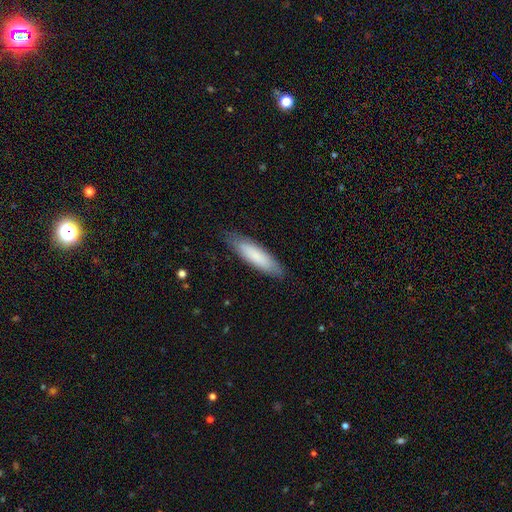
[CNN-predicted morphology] smooth 80%, featured or disk 15%, star or artifact 6%. Down the decision tree: how rounded — cigar-shaped (67%); merging — none (83%).